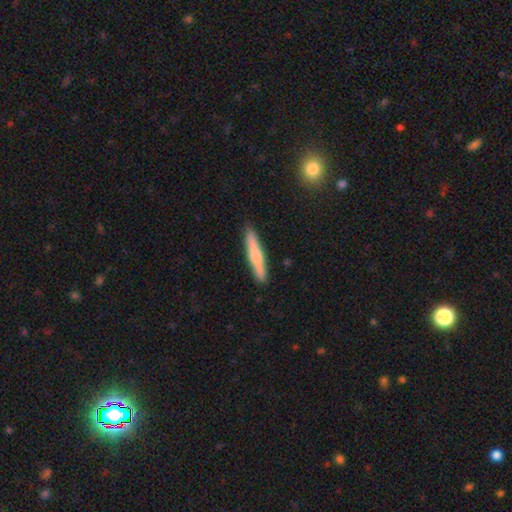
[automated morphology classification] type=smooth (62%); roundness=cigar-shaped (92%); merging=none (89%).